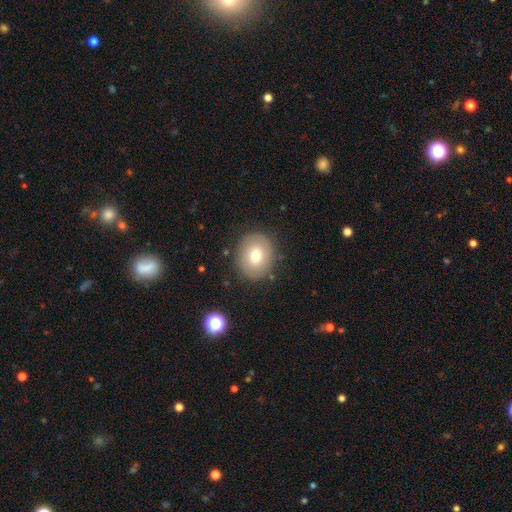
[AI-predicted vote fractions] This is likely a smooth galaxy (71%). How rounded: likely round (66%). Merging: clearly none (84%).